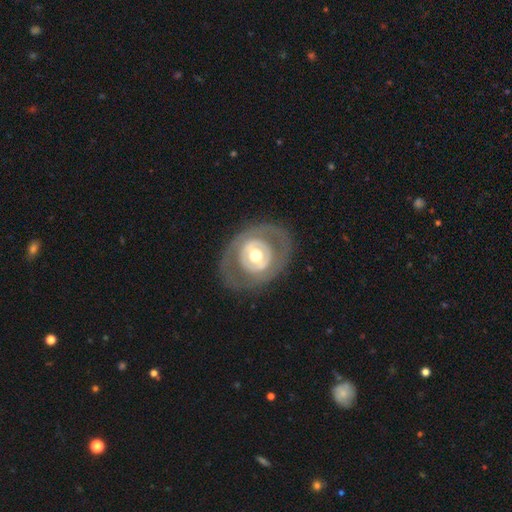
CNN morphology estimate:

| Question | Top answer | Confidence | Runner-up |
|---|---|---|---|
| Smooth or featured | featured or disk | 65% | smooth (30%) |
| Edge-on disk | no | 94% | yes (6%) |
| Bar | no | 58% | weak (25%) |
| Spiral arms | no | 83% | yes (17%) |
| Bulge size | moderate | 68% | large (21%) |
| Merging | none | 78% | minor disturbance (12%) |